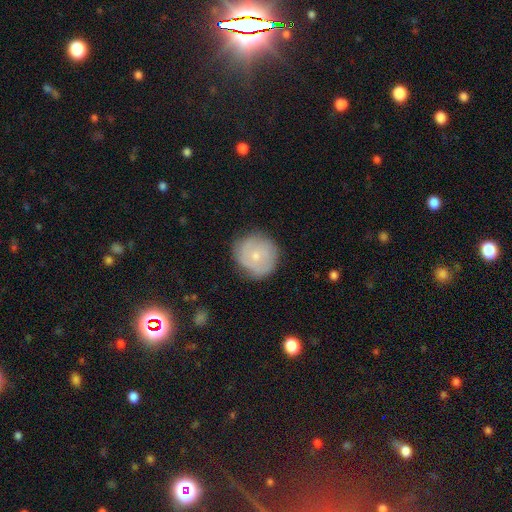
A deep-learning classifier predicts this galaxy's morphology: smooth 54%, featured or disk 38%, star or artifact 7%. Down the decision tree: how rounded — round (91%); merging — none (75%).